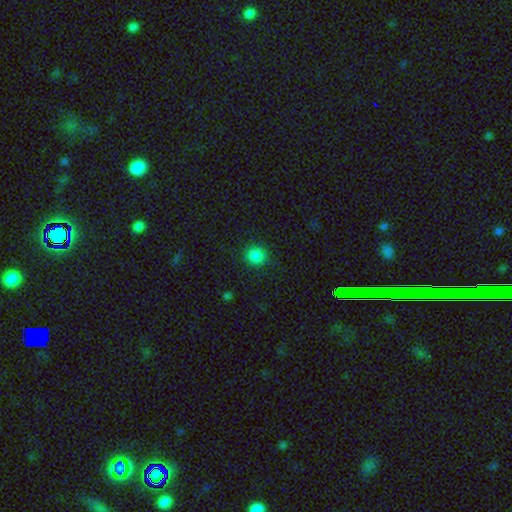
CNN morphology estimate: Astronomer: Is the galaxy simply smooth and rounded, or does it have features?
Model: smooth — 86%.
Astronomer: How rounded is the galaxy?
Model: round — 89%.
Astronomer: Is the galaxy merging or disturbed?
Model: none — 89%.